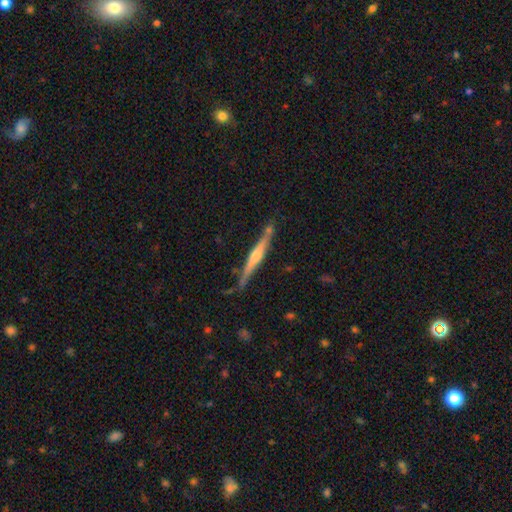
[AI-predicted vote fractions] The model was most divided on "smooth or featured": featured or disk: 66%, smooth: 29%, star or artifact: 6%. More confident: edge-on disk — yes (97%); merging — none (76%); edge-on bulge — rounded (69%).